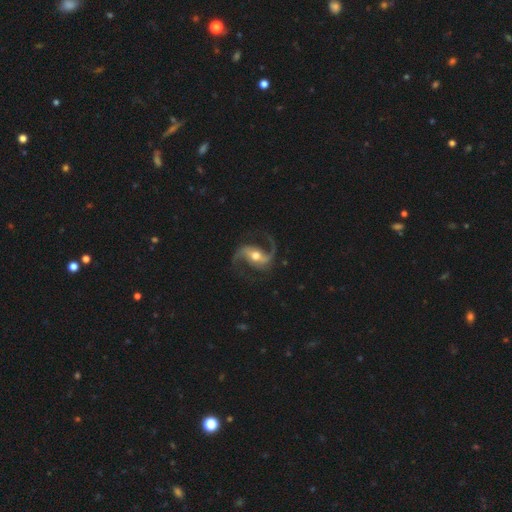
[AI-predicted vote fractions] Q: Smooth or featured?
A: featured or disk (92%); runner-up: star or artifact (4%)
Q: Edge-on disk?
A: no (97%); runner-up: yes (3%)
Q: Bar?
A: strong (38%); runner-up: weak (37%)
Q: Spiral arms?
A: yes (98%); runner-up: no (2%)
Q: Spiral winding?
A: loose (52%); runner-up: medium (41%)
Q: Spiral arm count?
A: 2 (94%); runner-up: 1 (1%)
Q: Bulge size?
A: moderate (72%); runner-up: small (17%)
Q: Merging?
A: none (80%); runner-up: minor disturbance (12%)